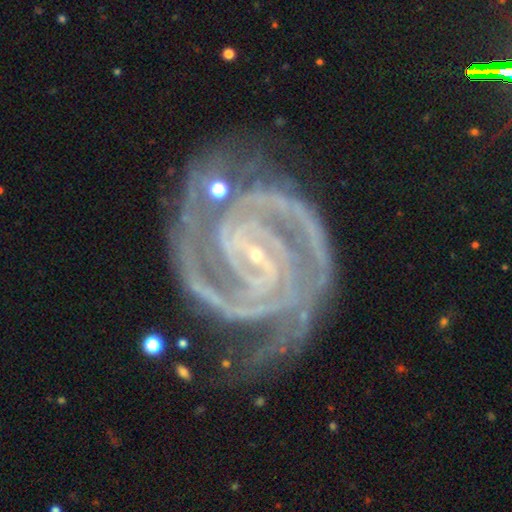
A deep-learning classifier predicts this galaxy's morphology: Smooth or featured? Predicted: featured or disk (p=0.93). Edge-on disk? Predicted: no (p=0.98). Bar? Predicted: strong (p=0.36). Spiral arms? Predicted: yes (p=0.99). Spiral winding? Predicted: tight (p=0.74). Spiral arm count? Predicted: 2 (p=0.70). Bulge size? Predicted: small (p=0.88). Merging? Predicted: none (p=0.70).